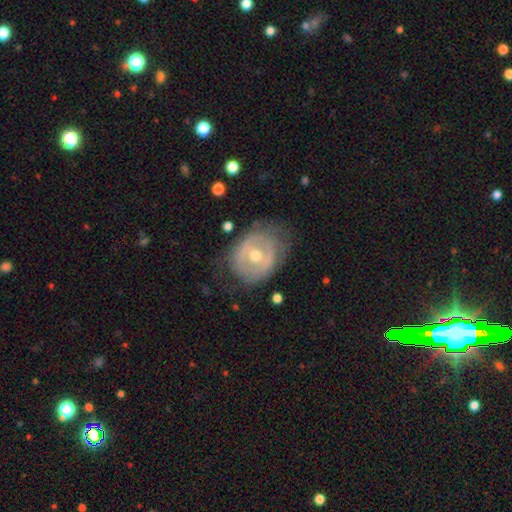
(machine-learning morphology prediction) This is likely a featured or disk galaxy (68%). It is clearly not viewed edge-on (95%). Bar: possibly no (50%). Spiral arm pattern: possibly no (59%). Central bulge: likely moderate (63%). Merging: likely none (64%).